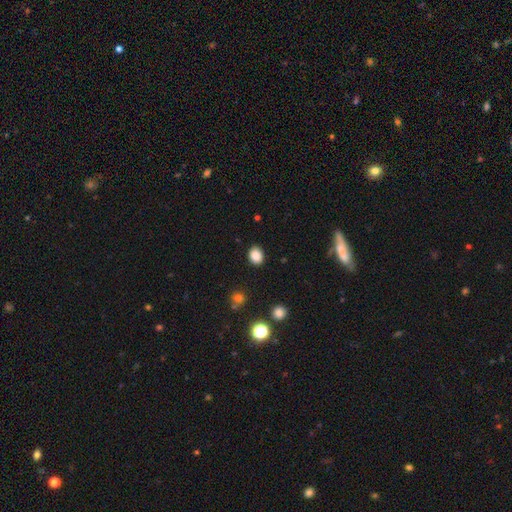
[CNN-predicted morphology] Overall: smooth (86%). How rounded: in between (52%; round 47%). Merging: none (89%).